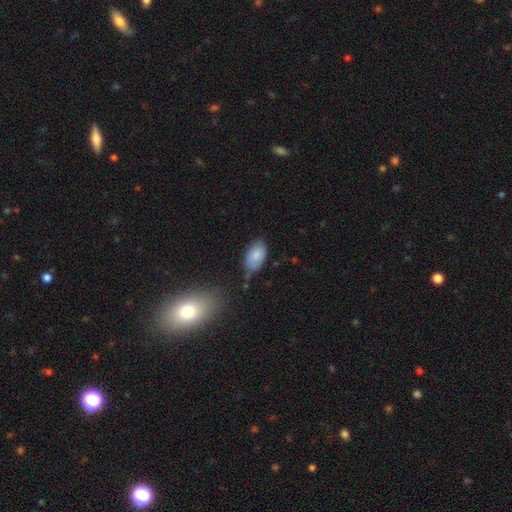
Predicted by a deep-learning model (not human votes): This appears to be a smooth galaxy with no disk features (84%) that is in between round and cigar-shaped (93%). Merging: none (63%).